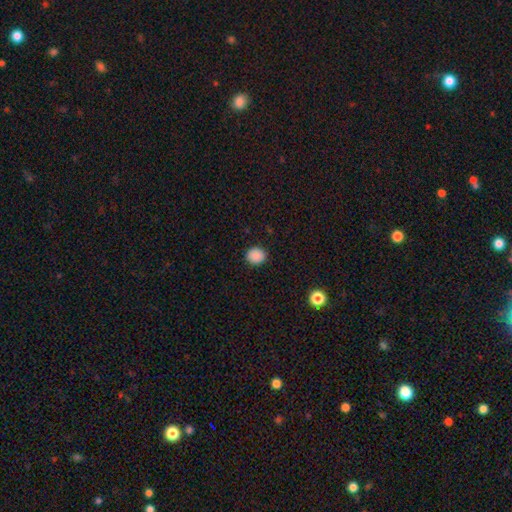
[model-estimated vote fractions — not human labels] Smooth or featured: smooth — 88% (star or artifact — 9%)
How rounded: round — 84% (in between — 16%)
Merging: none — 91% (minor disturbance — 6%)